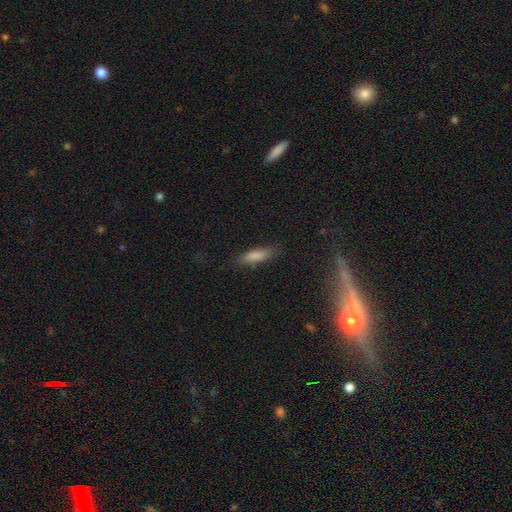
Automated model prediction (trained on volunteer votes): smooth_or_featured: smooth (p=0.84) [alt: featured or disk p=0.09]
how_rounded: cigar-shaped (p=0.57) [alt: in between p=0.41]
merging: none (p=0.82) [alt: minor disturbance p=0.13]